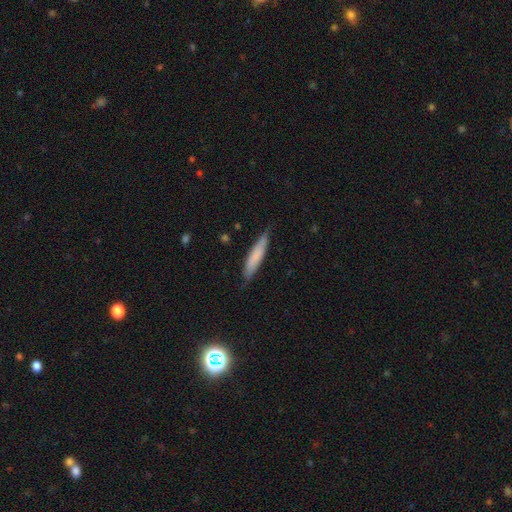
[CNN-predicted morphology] Overall: smooth (75%). How rounded: cigar-shaped (86%). Merging: none (78%).